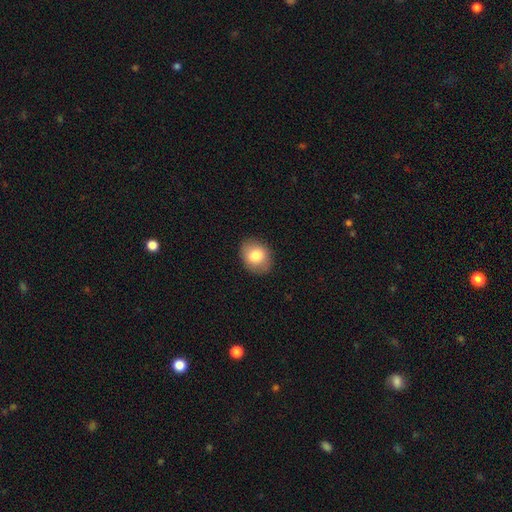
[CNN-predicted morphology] Q: Smooth or featured?
A: smooth (80%); runner-up: featured or disk (12%)
Q: How rounded?
A: in between (50%); runner-up: round (49%)
Q: Merging?
A: none (87%); runner-up: minor disturbance (10%)